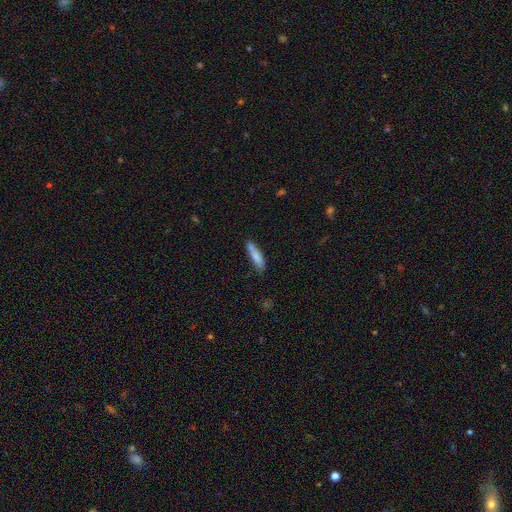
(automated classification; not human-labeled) smooth-or-featured: smooth: 78% | featured or disk: 15% | star or artifact: 7%
  how-rounded: cigar-shaped: 74% | in between: 25% | round: 2%
  merging: none: 58% | minor disturbance: 20% | merger: 17% | major disturbance: 5%